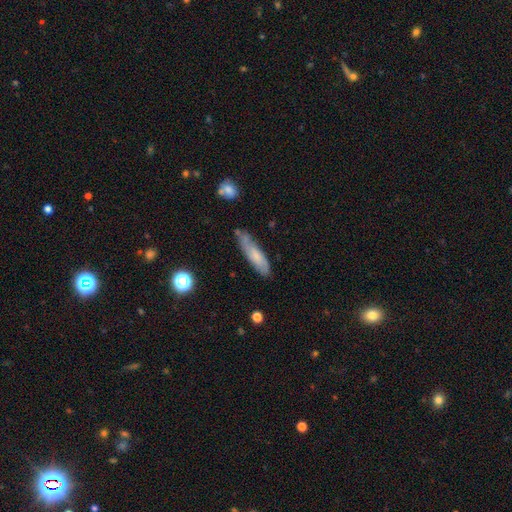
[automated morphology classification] Smooth or featured? Predicted: smooth (p=0.59). How rounded? Predicted: cigar-shaped (p=0.68). Merging? Predicted: none (p=0.64).